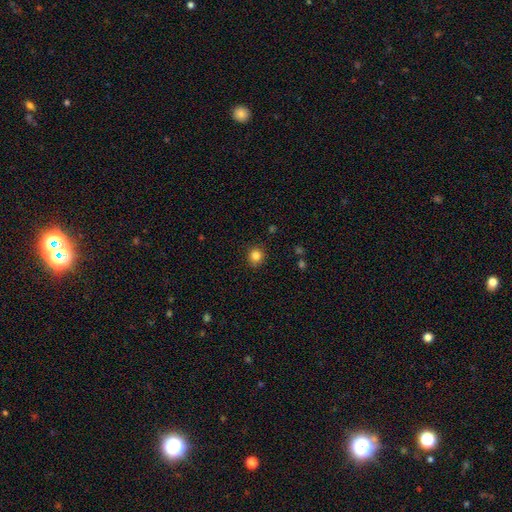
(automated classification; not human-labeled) Morphology: type=smooth (84%); roundness=round (90%); merging=none (89%).